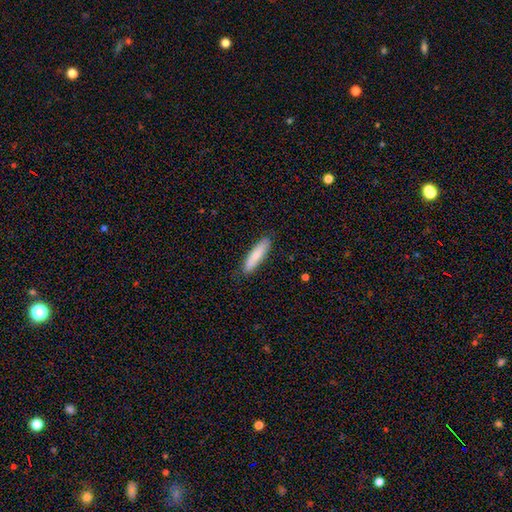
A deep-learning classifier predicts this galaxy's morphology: This appears to be a smooth galaxy with no disk features (73%) that is cigar-shaped (78%). Merging: none (87%).